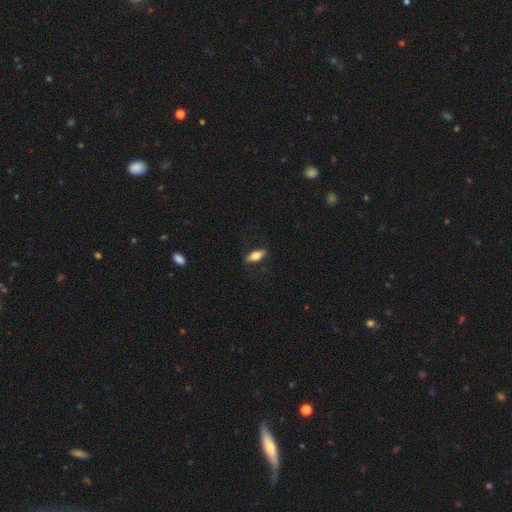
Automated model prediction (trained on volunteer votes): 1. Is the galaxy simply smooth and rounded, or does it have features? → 65% smooth, 28% featured or disk, 7% star or artifact.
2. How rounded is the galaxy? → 67% in between, 29% cigar-shaped, 4% round.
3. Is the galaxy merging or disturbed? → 84% none, 12% minor disturbance, 3% major disturbance, 1% merger.